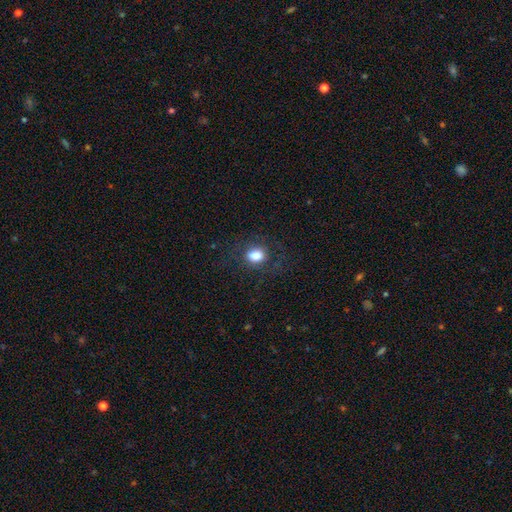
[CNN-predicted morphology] smooth-or-featured: smooth: 79% | star or artifact: 11% | featured or disk: 10%
  how-rounded: in between: 52% | round: 47% | cigar-shaped: 1%
  merging: none: 79% | minor disturbance: 12% | major disturbance: 8% | merger: 1%